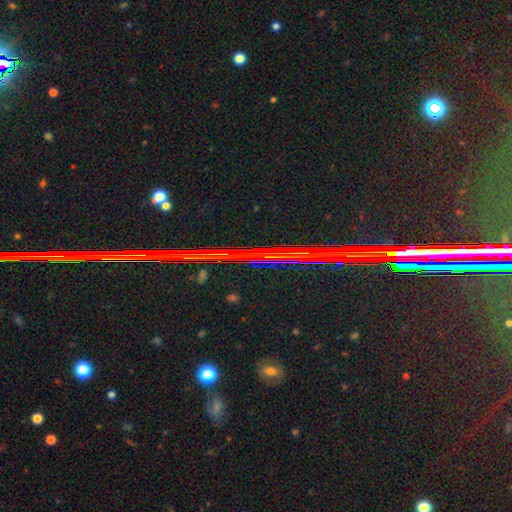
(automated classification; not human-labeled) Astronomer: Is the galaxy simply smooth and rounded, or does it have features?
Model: star or artifact — 79%.